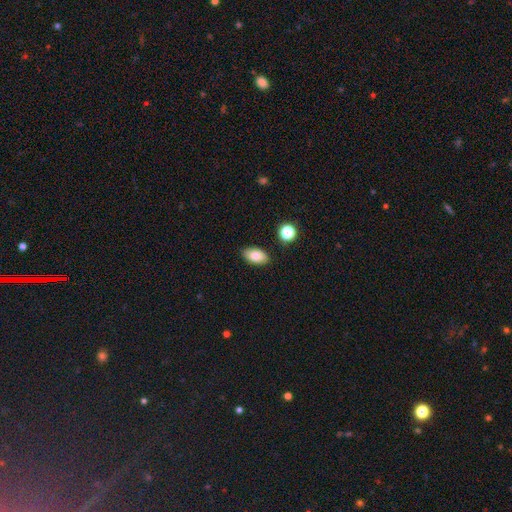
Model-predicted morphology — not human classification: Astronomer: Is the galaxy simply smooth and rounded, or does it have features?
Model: smooth — 83%.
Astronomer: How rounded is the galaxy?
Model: in between — 92%.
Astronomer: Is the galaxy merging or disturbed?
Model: none — 87%.